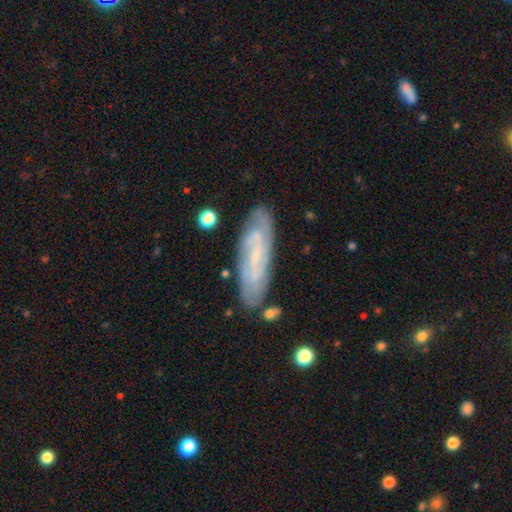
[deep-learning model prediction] Overall: featured or disk (71%). Edge-on disk: no (81%). Bar: weak (41%, tied with no). Spiral arms: yes (90%). Spiral arm count: 2 (40%; can't tell 38%). Spiral winding: tight (54%; medium 34%). Bulge size: small (75%). Merging: none (80%).